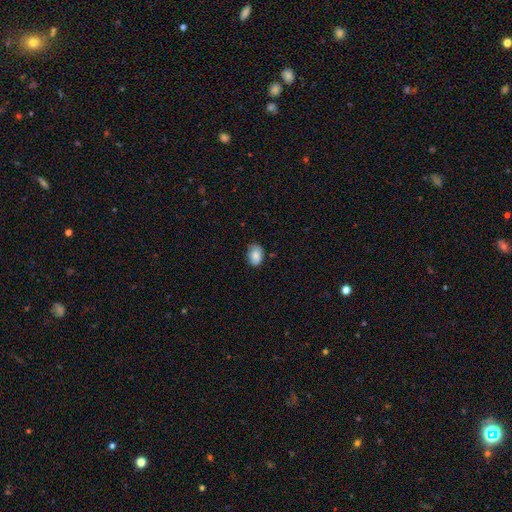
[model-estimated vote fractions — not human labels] Smooth or featured? Predicted: smooth (p=0.85). How rounded? Predicted: in between (p=0.77). Merging? Predicted: none (p=0.73).